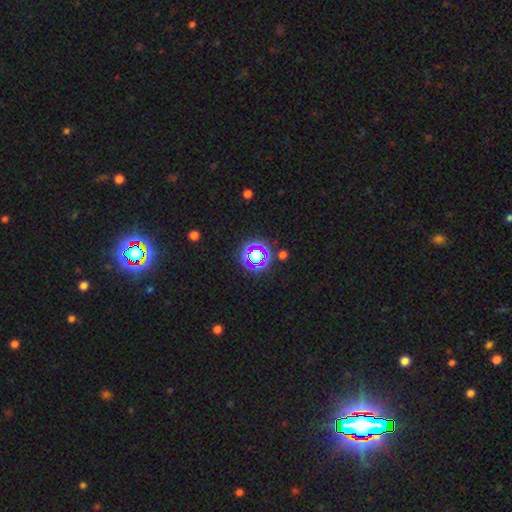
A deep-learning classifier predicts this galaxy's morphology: This appears to be a star or artifact, not a galaxy (62%).